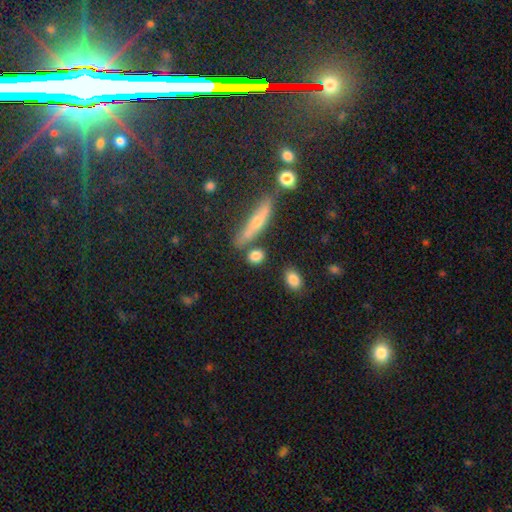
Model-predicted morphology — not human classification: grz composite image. It shows a smooth galaxy with no disk features (79%) that is round (55%). Merging: none (73%).